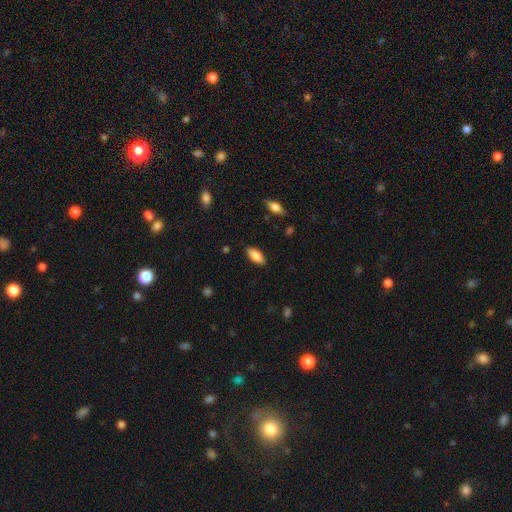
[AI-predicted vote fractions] Smooth or featured? Predicted: smooth (p=0.82). How rounded? Predicted: in between (p=0.86). Merging? Predicted: none (p=0.86).